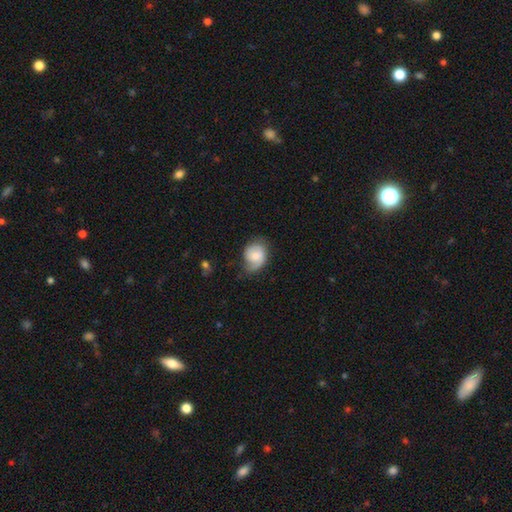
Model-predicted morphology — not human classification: The model was most divided on "smooth or featured": featured or disk: 49%, smooth: 44%, star or artifact: 7%. More confident: merging — none (54%).